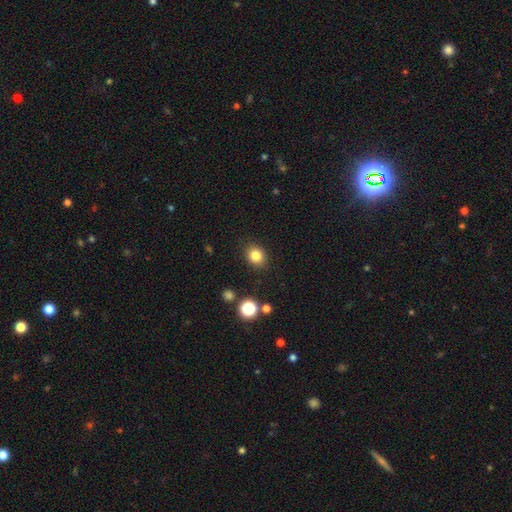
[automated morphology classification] smooth_or_featured: smooth (p=0.83) [alt: star or artifact p=0.12]
how_rounded: round (p=0.65) [alt: in between p=0.34]
merging: none (p=0.88) [alt: minor disturbance p=0.08]